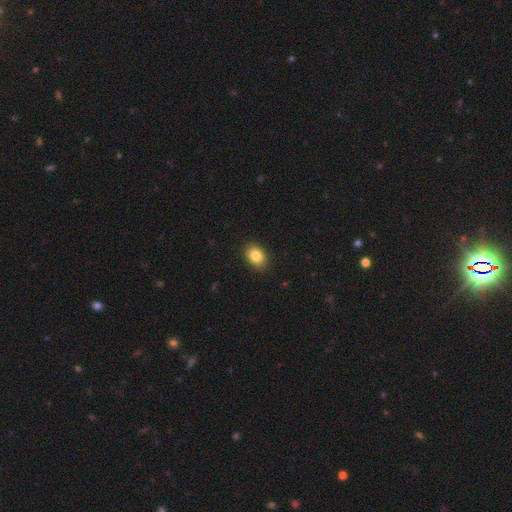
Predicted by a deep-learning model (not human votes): Q: Smooth or featured?
A: smooth (84%); runner-up: star or artifact (9%)
Q: How rounded?
A: in between (73%); runner-up: round (25%)
Q: Merging?
A: none (88%); runner-up: minor disturbance (9%)